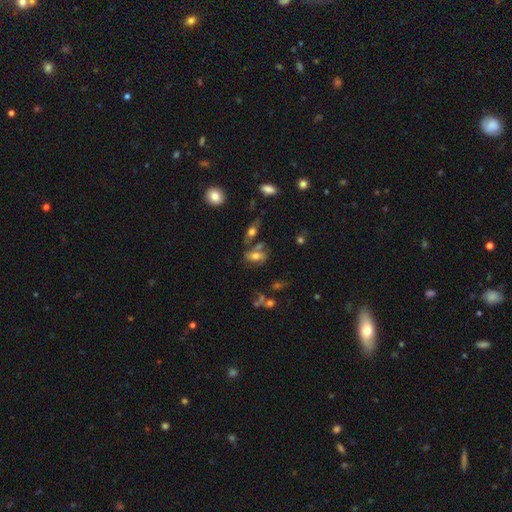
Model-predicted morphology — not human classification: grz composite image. It shows a smooth galaxy with no disk features (58%) that is in between round and cigar-shaped (81%). Merging: none (49%).